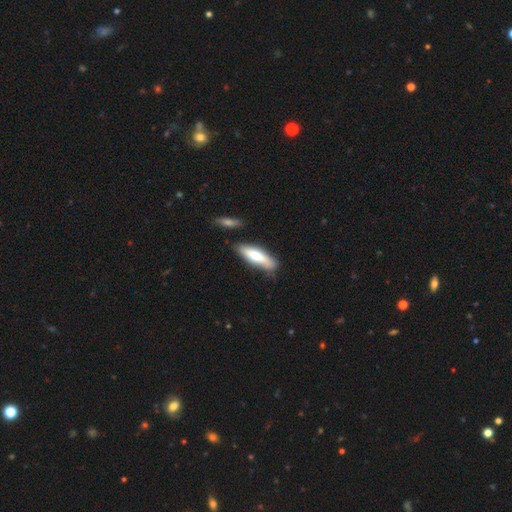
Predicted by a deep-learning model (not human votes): Morphology: type=smooth (65%); roundness=cigar-shaped (59%); merging=none (75%).